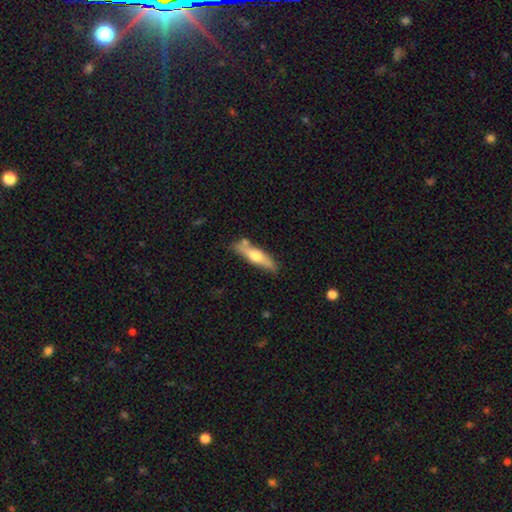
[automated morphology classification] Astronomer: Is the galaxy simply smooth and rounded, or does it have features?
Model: smooth — 49% (runner-up: featured or disk, 46%).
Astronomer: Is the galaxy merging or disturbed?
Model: none — 75%.